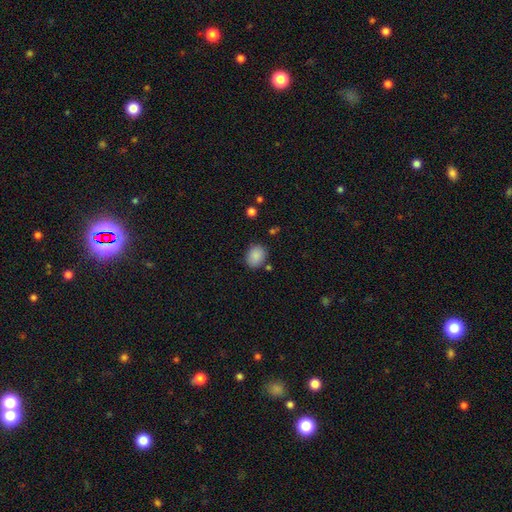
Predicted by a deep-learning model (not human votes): This is clearly a smooth galaxy (88%). How rounded: possibly in between (52%). Merging: clearly none (81%).